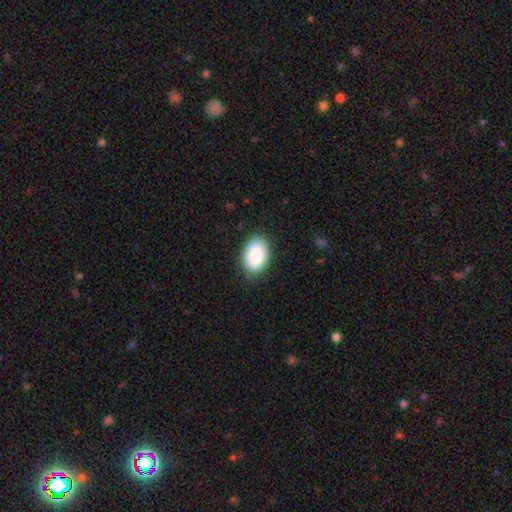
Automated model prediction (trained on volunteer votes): Morphology: type=smooth (84%); roundness=in between (85%); merging=none (85%).